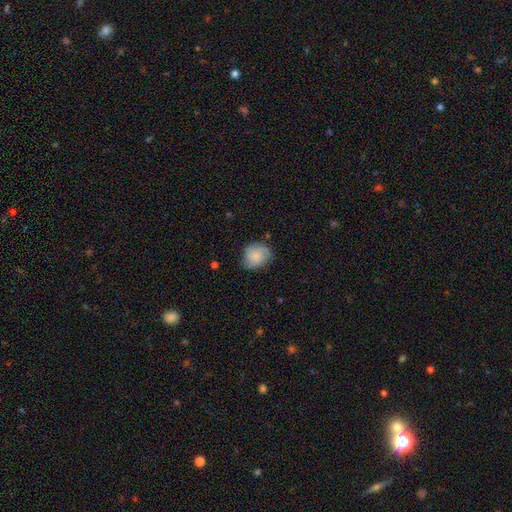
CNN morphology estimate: A smooth galaxy with no disk features (73%) that is round (63%).

Vote fractions:
- Smooth or featured? smooth: 73% / featured or disk: 20% / star or artifact: 8%
- How rounded? round: 63% / in between: 36% / cigar-shaped: 1%
- Merging? none: 67% / minor disturbance: 25% / major disturbance: 6% / merger: 2%